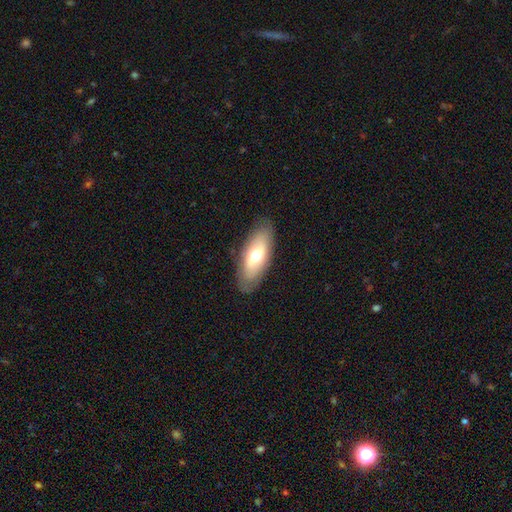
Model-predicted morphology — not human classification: Smooth or featured? smooth (59%)
How rounded? in between (83%)
Merging? none (84%)